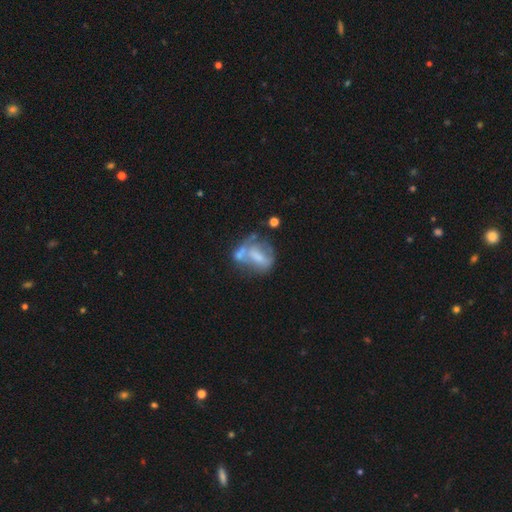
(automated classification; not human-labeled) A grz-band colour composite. It shows a featured or disk galaxy (52%). Merging: merger (31%).